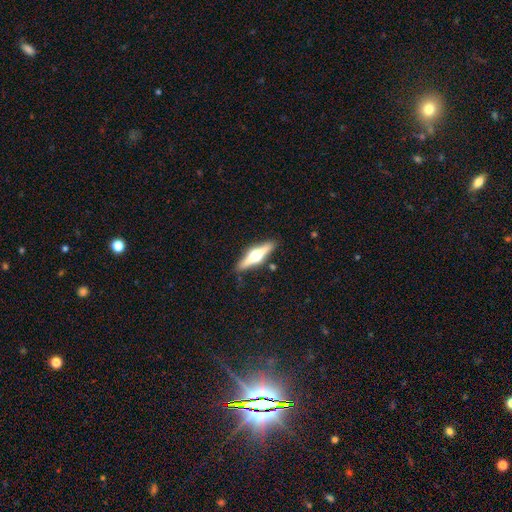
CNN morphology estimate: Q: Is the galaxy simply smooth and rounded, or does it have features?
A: featured or disk — 72%.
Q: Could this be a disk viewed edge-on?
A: yes — 97%.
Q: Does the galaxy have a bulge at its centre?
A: rounded — 96%.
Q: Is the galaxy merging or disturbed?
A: none — 88%.